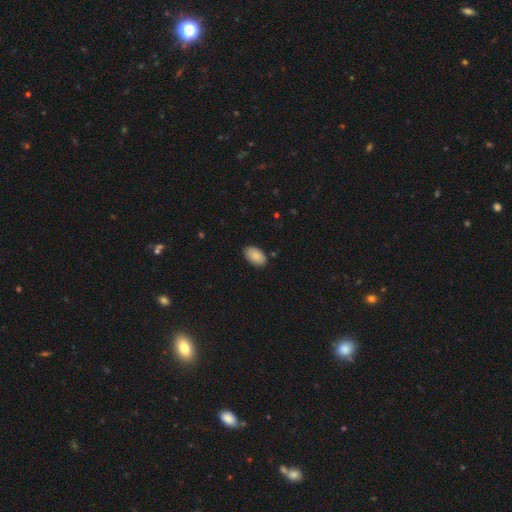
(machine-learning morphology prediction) Smooth or featured? Predicted: smooth (p=0.87). How rounded? Predicted: in between (p=0.94). Merging? Predicted: none (p=0.85).